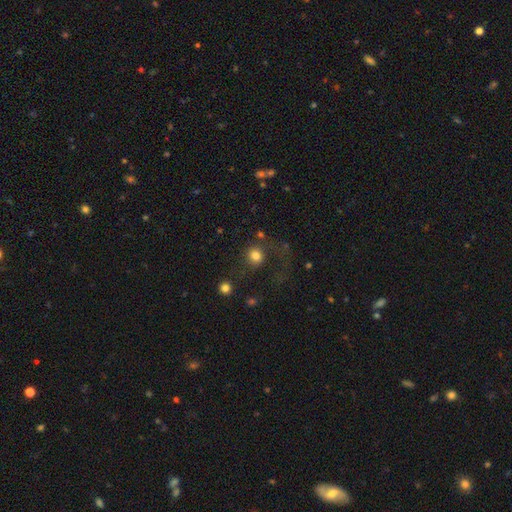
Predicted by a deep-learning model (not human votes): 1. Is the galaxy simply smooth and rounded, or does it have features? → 80% smooth, 12% star or artifact, 8% featured or disk.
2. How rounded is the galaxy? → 86% round, 13% in between, 1% cigar-shaped.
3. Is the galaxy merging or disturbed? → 61% none, 19% major disturbance, 13% minor disturbance, 6% merger.